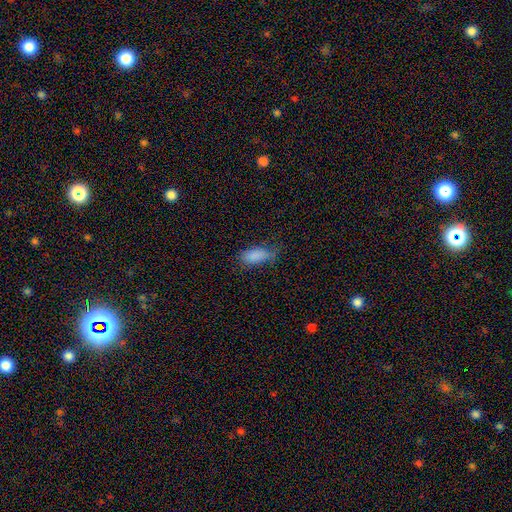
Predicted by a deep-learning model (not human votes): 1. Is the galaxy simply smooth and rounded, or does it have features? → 84% smooth, 9% star or artifact, 7% featured or disk.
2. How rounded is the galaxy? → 87% in between, 10% cigar-shaped, 3% round.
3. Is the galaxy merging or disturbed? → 55% none, 31% minor disturbance, 12% major disturbance, 2% merger.